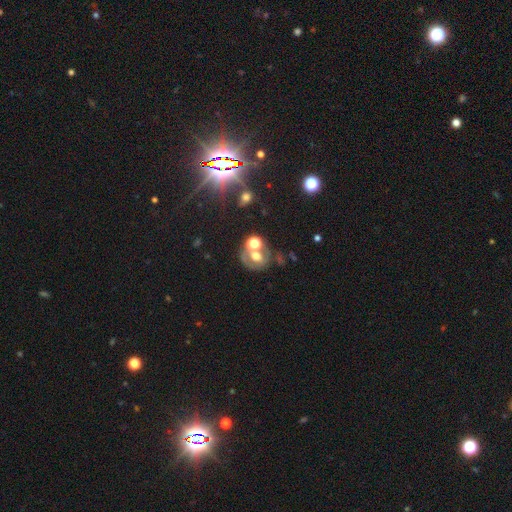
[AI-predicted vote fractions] Q: Smooth or featured?
A: featured or disk (43%); runner-up: smooth (42%)
Q: Merging?
A: none (47%); runner-up: merger (29%)